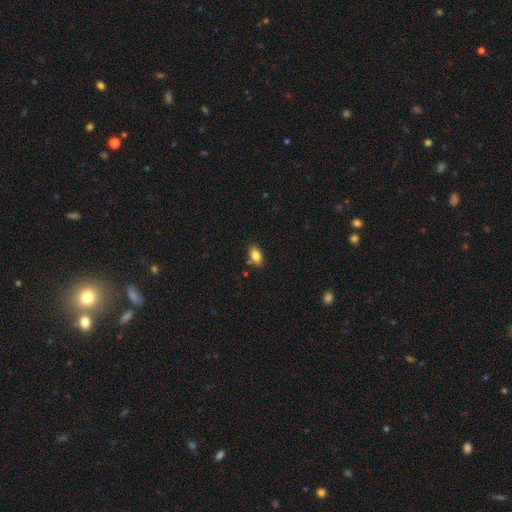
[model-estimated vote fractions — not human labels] The model was most divided on "merging": none: 82%, minor disturbance: 12%, merger: 4%, major disturbance: 2%. More confident: how rounded — in between (90%); smooth or featured — smooth (84%).